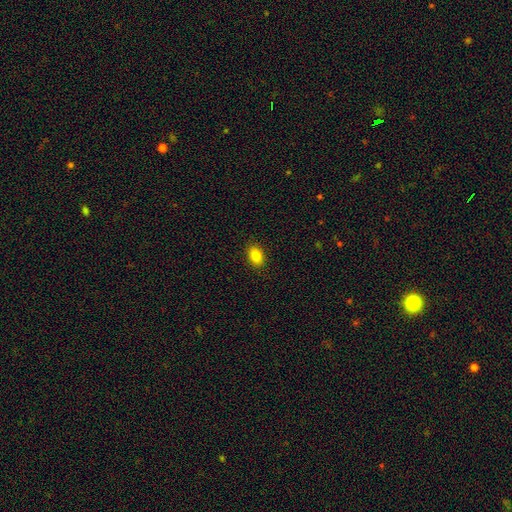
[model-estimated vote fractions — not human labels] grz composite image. It shows a smooth galaxy with no disk features (84%) that is in between round and cigar-shaped (83%). Merging: none (90%).